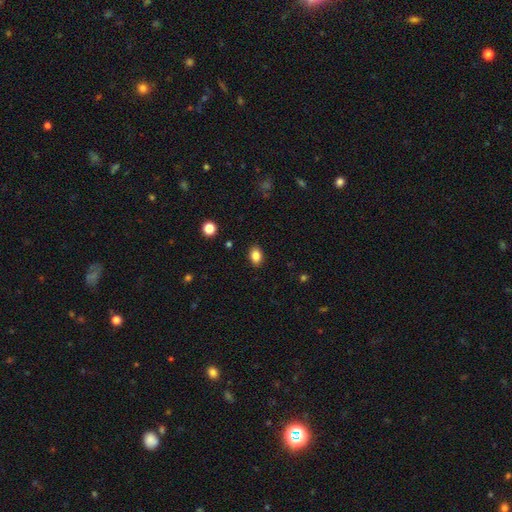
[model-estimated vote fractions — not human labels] The model was most divided on "how rounded": in between: 80%, round: 19%, cigar-shaped: 1%. More confident: merging — none (88%); smooth or featured — smooth (85%).